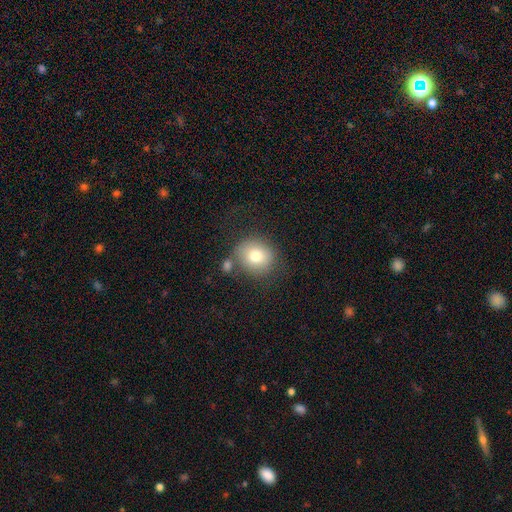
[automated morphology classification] Q: Smooth or featured?
A: smooth (76%); runner-up: featured or disk (13%)
Q: How rounded?
A: round (84%); runner-up: in between (15%)
Q: Merging?
A: none (67%); runner-up: minor disturbance (14%)